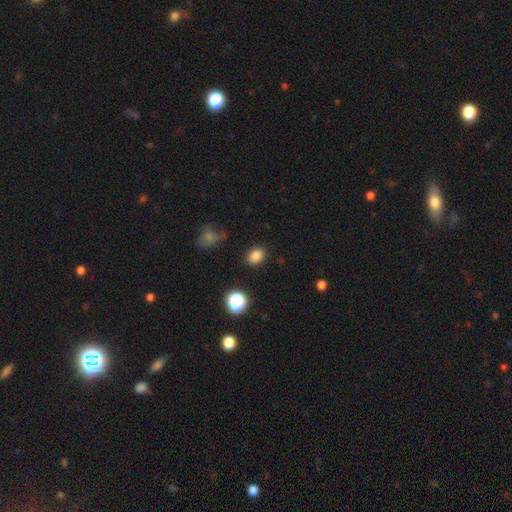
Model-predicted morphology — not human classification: A smooth galaxy with no disk features (83%) that is in between round and cigar-shaped (59%). Merging: none (85%).